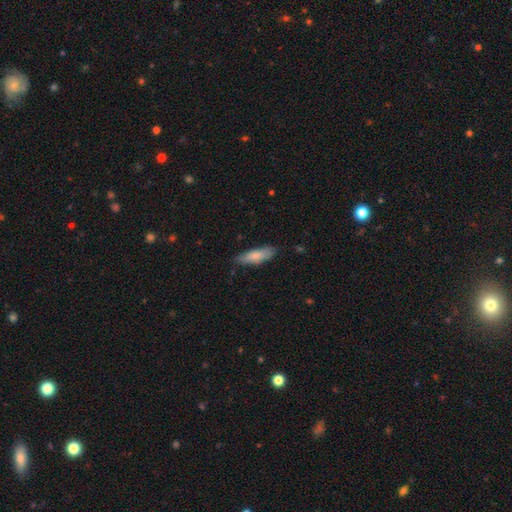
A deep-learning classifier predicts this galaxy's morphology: The model was most divided on "how rounded": cigar-shaped: 52%, in between: 46%, round: 2%. More confident: smooth or featured — smooth (79%); merging — none (73%).